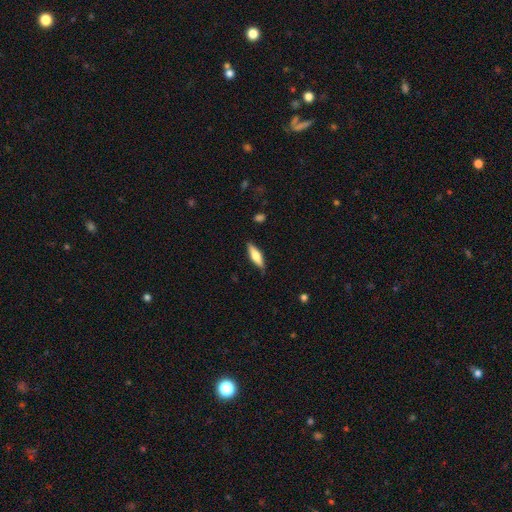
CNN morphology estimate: smooth 57%, featured or disk 37%, star or artifact 6%. Down the decision tree: how rounded — cigar-shaped (58%); merging — none (84%).